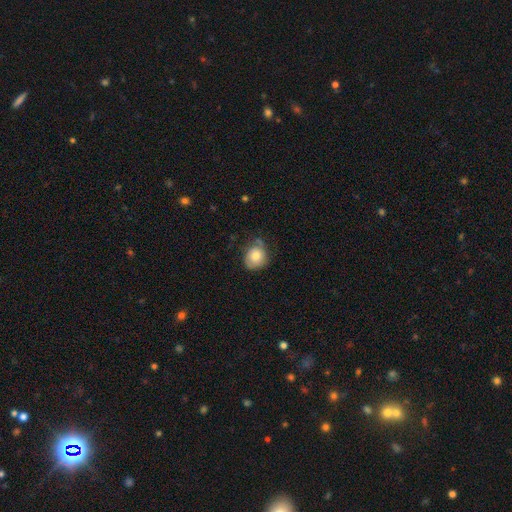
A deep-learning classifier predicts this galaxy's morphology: A smooth galaxy with no disk features (72%) that is round (72%).

Vote fractions:
- Smooth or featured? smooth: 72% / featured or disk: 20% / star or artifact: 8%
- How rounded? round: 72% / in between: 27% / cigar-shaped: 1%
- Merging? none: 55% / minor disturbance: 32% / major disturbance: 10% / merger: 3%